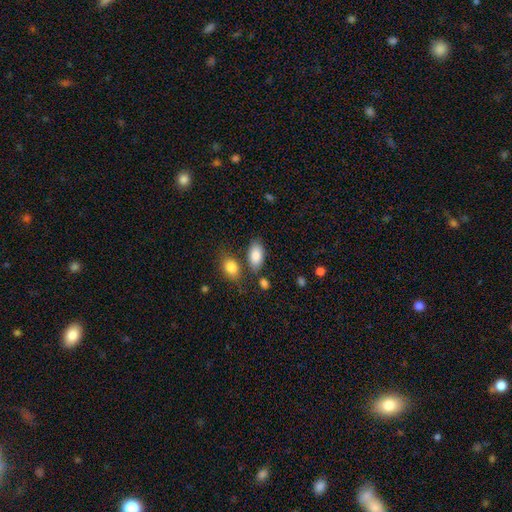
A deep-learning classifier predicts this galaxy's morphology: Smooth or featured: smooth — 87% (star or artifact — 7%)
How rounded: in between — 93% (round — 4%)
Merging: none — 69% (minor disturbance — 15%)